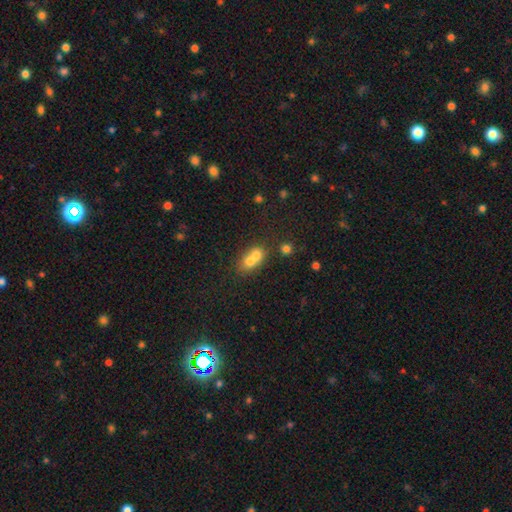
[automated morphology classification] A smooth galaxy with no disk features (69%) that is round (52%).

Vote fractions:
- Smooth or featured? smooth: 69% / featured or disk: 19% / star or artifact: 12%
- How rounded? round: 52% / in between: 46% / cigar-shaped: 2%
- Merging? merger: 70% / none: 22% / minor disturbance: 5% / major disturbance: 3%